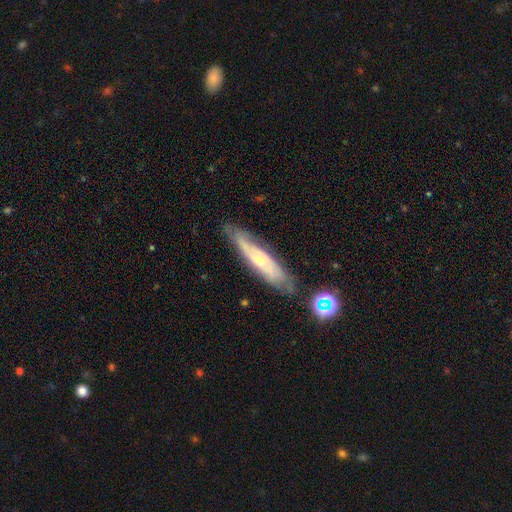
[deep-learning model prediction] Smooth or featured? featured or disk (65%)
Edge-on disk? no (51%)
Merging? none (76%)